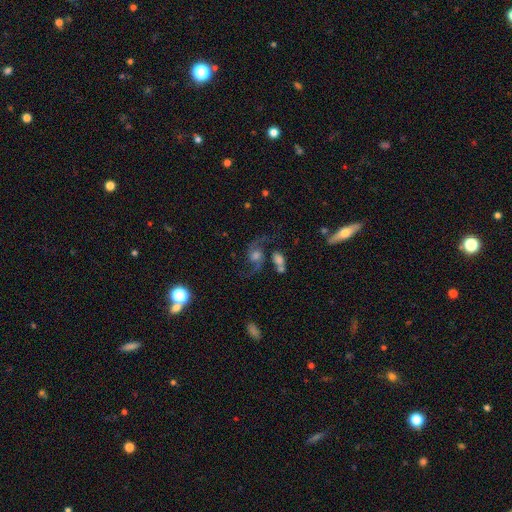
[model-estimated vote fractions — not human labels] Smooth or featured? featured or disk (82%)
Edge-on disk? no (97%)
Bar? no (62%)
Spiral arms? yes (96%)
Spiral winding? loose (61%)
Spiral arm count? 2 (93%)
Bulge size? moderate (49%)
Merging? none (64%)